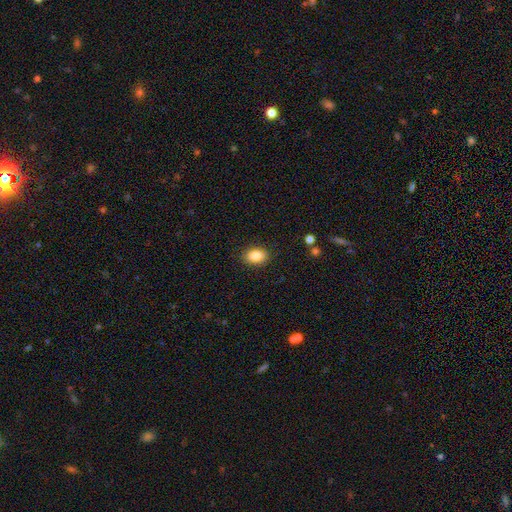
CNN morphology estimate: Overall: smooth (87%). How rounded: in between (83%). Merging: none (88%).